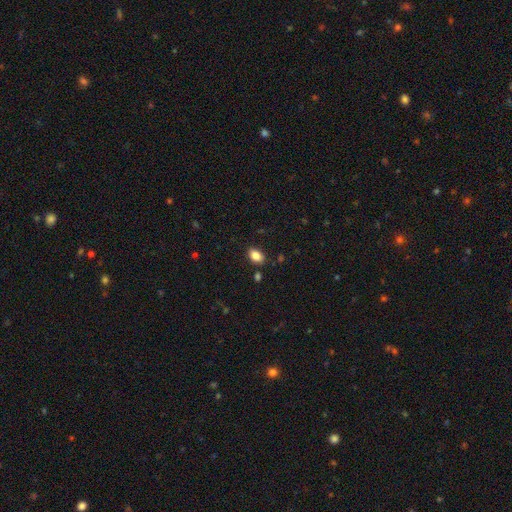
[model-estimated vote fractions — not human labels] This is clearly a smooth galaxy (85%). How rounded: clearly in between (83%). Merging: clearly none (86%).